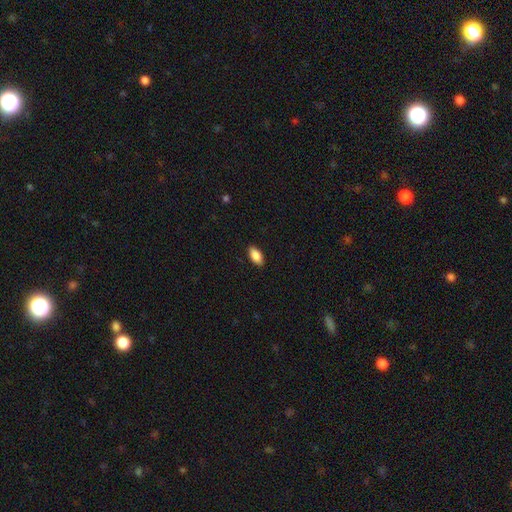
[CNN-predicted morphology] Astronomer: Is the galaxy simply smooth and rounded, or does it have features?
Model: smooth — 88%.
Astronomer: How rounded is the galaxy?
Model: in between — 91%.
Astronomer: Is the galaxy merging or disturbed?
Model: none — 89%.